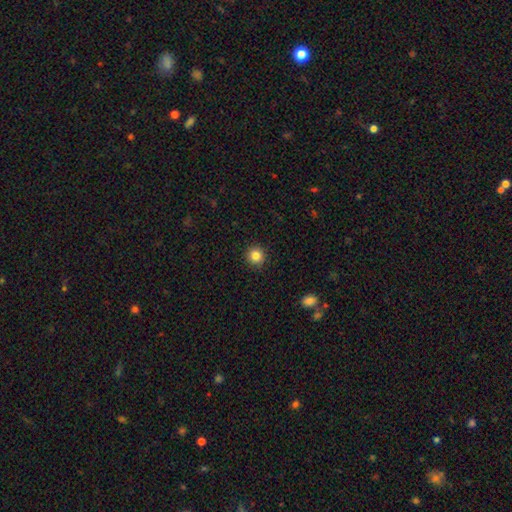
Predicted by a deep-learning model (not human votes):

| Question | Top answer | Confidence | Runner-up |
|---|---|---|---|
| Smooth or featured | smooth | 84% | star or artifact (11%) |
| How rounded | round | 94% | in between (5%) |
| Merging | none | 93% | minor disturbance (5%) |